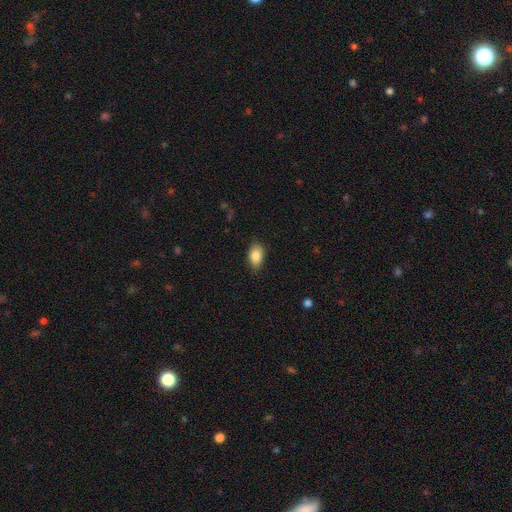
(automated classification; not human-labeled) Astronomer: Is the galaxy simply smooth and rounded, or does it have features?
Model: smooth — 86%.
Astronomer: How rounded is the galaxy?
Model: in between — 88%.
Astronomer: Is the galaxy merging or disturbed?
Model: none — 83%.